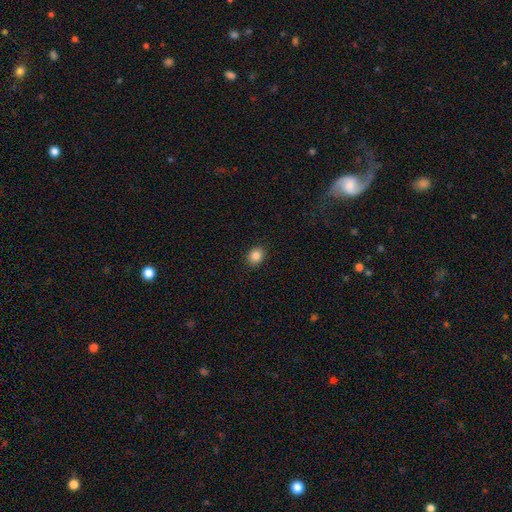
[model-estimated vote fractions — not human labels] smooth-or-featured: smooth: 86% | star or artifact: 10% | featured or disk: 4%
  how-rounded: round: 56% | in between: 43% | cigar-shaped: 1%
  merging: none: 90% | minor disturbance: 7% | major disturbance: 2% | merger: 1%